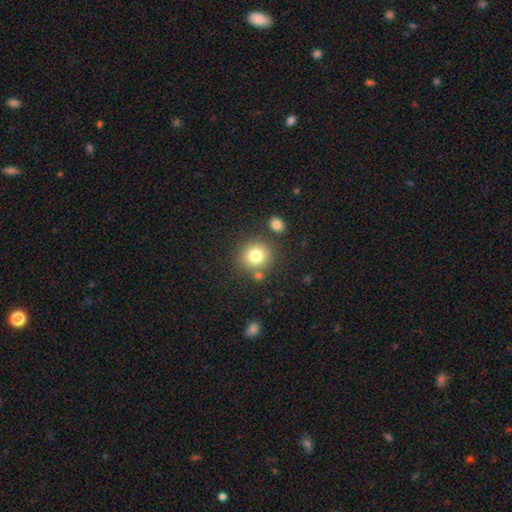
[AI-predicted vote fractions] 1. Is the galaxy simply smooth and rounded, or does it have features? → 78% smooth, 12% star or artifact, 10% featured or disk.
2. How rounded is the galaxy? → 90% round, 9% in between, 1% cigar-shaped.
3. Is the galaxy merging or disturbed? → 78% none, 10% merger, 9% minor disturbance, 3% major disturbance.